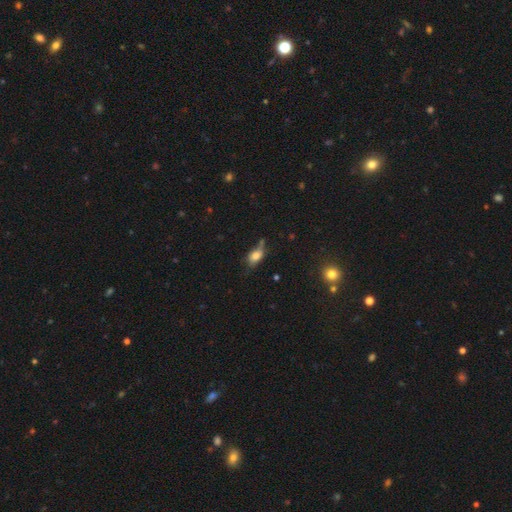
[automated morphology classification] Smooth or featured?
  - smooth: 71% *
  - featured or disk: 18%
  - star or artifact: 11%
How rounded?
  - in between: 80% *
  - round: 12%
  - cigar-shaped: 8%
Merging?
  - none: 46% *
  - minor disturbance: 31%
  - major disturbance: 12%
  - merger: 11%